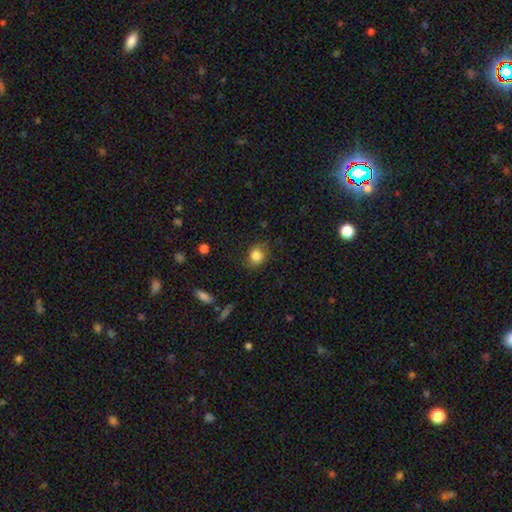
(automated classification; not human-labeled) smooth-or-featured: smooth: 83% | star or artifact: 9% | featured or disk: 8%
  how-rounded: round: 71% | in between: 28% | cigar-shaped: 1%
  merging: none: 73% | minor disturbance: 20% | major disturbance: 6% | merger: 1%